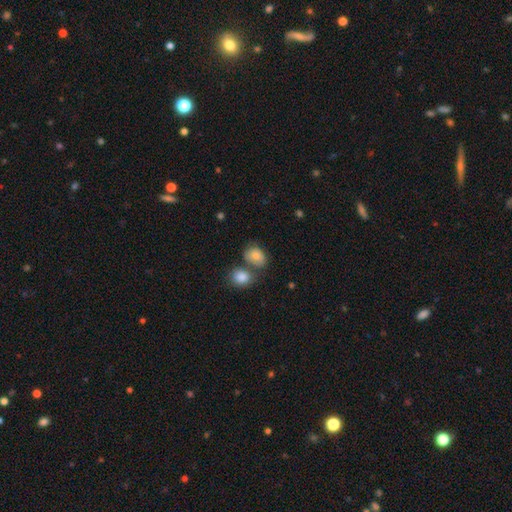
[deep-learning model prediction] Overall: smooth (81%). How rounded: in between (63%; round 36%). Merging: none (48%; merger 33%).